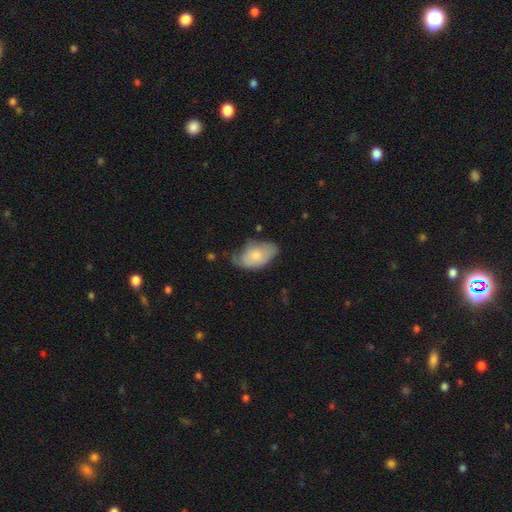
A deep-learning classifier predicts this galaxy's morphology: A smooth galaxy with no disk features (69%) that is in between round and cigar-shaped (92%). Merging: minor disturbance (44%).